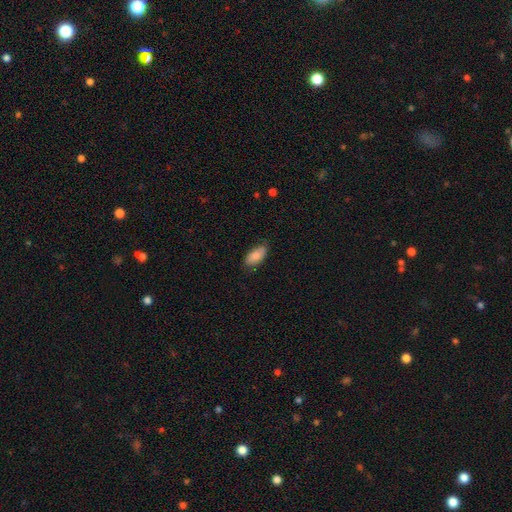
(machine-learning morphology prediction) This appears to be a smooth galaxy with no disk features (82%) that is in between round and cigar-shaped (92%). Merging: none (75%).